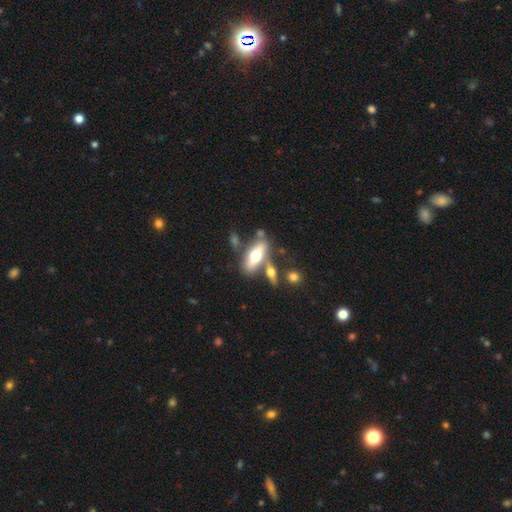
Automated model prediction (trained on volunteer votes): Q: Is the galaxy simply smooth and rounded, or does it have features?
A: smooth — 53%.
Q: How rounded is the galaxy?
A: in between — 65%.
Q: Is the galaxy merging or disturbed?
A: none — 59%.